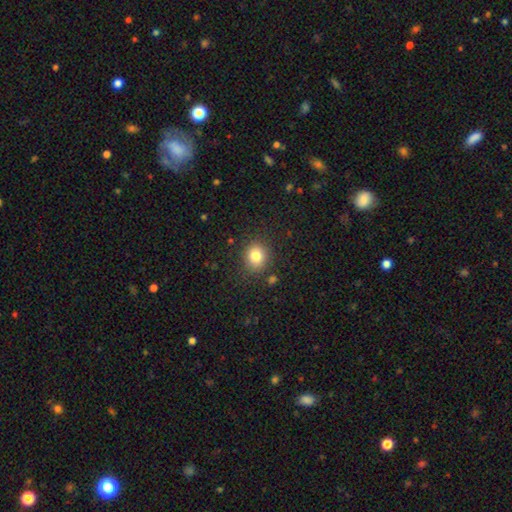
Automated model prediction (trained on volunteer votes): Morphology: type=smooth (82%); roundness=round (75%); merging=none (85%).